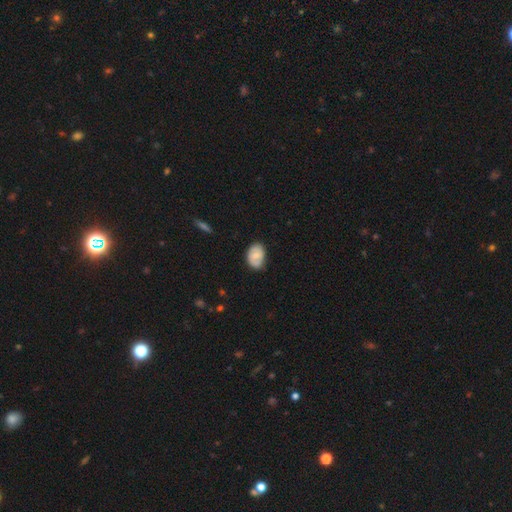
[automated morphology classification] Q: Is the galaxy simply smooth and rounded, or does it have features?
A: smooth — 65%.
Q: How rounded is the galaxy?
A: in between — 82%.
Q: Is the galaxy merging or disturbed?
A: none — 67%.